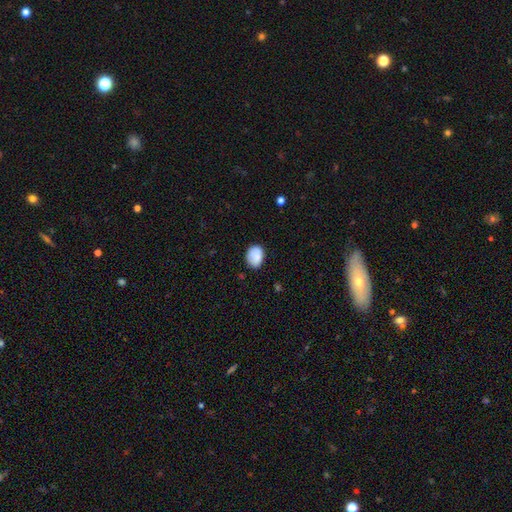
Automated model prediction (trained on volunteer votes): A smooth galaxy with no disk features (85%) that is in between round and cigar-shaped (68%).

Vote fractions:
- Smooth or featured? smooth: 85% / star or artifact: 8% / featured or disk: 7%
- How rounded? in between: 68% / round: 31% / cigar-shaped: 1%
- Merging? none: 74% / minor disturbance: 21% / major disturbance: 4% / merger: 2%